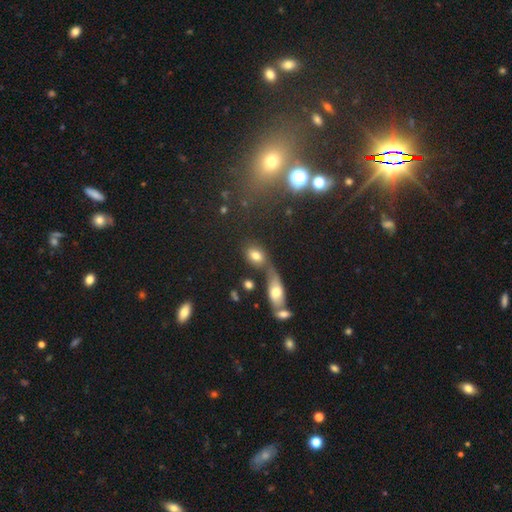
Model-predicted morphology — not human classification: Q: Smooth or featured?
A: smooth (78%); runner-up: featured or disk (12%)
Q: How rounded?
A: in between (76%); runner-up: round (21%)
Q: Merging?
A: none (48%); runner-up: merger (32%)